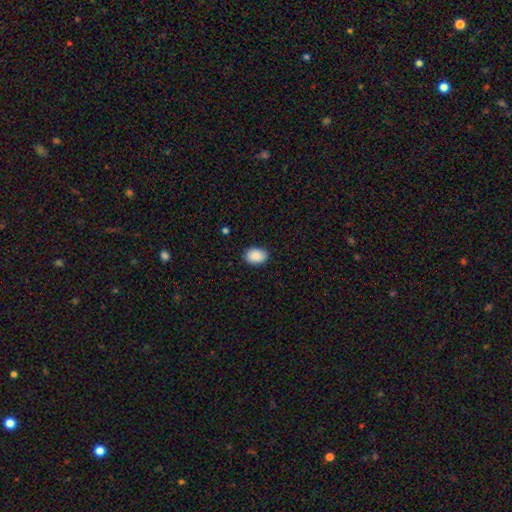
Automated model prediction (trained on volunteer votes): smooth-or-featured: smooth: 90% | star or artifact: 7% | featured or disk: 3%
  how-rounded: in between: 78% | round: 21% | cigar-shaped: 1%
  merging: none: 87% | minor disturbance: 10% | major disturbance: 2% | merger: 1%